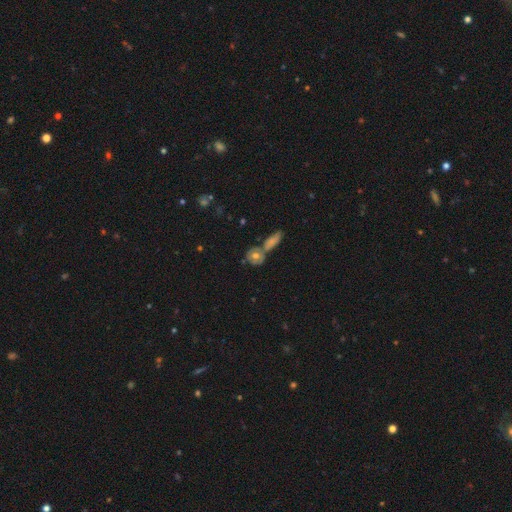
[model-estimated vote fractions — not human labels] A smooth galaxy with no disk features (48%).

Vote fractions:
- Smooth or featured? smooth: 48% / featured or disk: 28% / star or artifact: 25%
- Merging? none: 52% / merger: 32% / minor disturbance: 10% / major disturbance: 6%